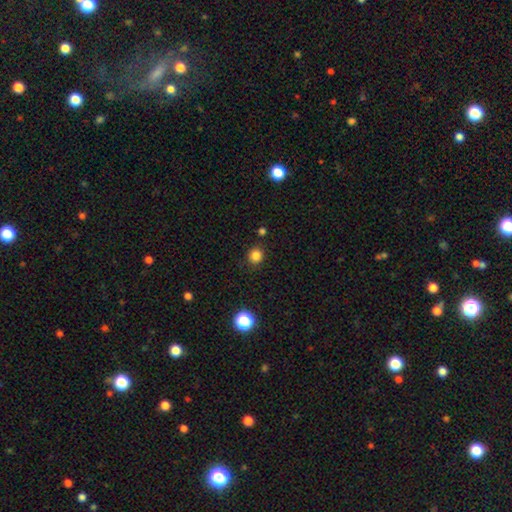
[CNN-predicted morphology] Overall: smooth (84%). How rounded: round (86%). Merging: none (87%).